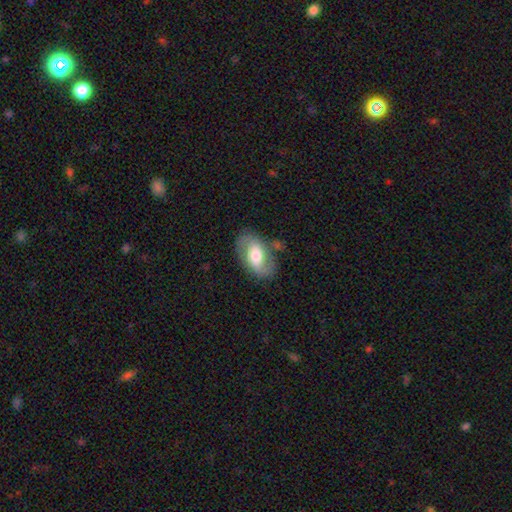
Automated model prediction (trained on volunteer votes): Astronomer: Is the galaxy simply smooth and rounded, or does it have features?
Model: featured or disk — 55% (runner-up: smooth, 39%).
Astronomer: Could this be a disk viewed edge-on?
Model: no — 93%.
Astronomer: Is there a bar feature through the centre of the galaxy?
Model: weak — 40% (runner-up: no, 37%).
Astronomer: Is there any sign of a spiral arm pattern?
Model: yes — 70%.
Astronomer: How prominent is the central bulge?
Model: moderate — 63%.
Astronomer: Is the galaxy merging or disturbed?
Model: none — 70%.